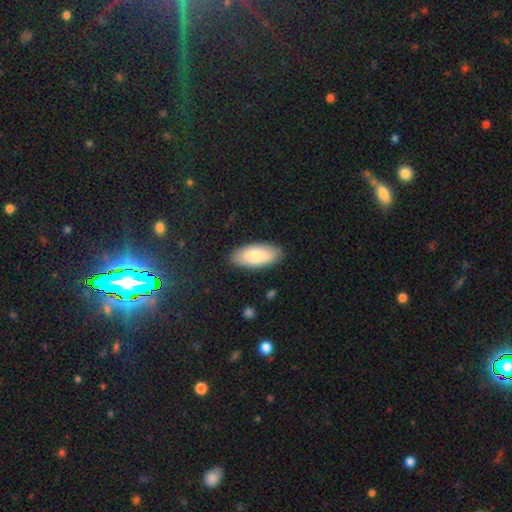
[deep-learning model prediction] smooth-or-featured: smooth: 82% | featured or disk: 13% | star or artifact: 6%
  how-rounded: in between: 89% | cigar-shaped: 9% | round: 2%
  merging: none: 86% | minor disturbance: 11% | major disturbance: 3% | merger: 1%